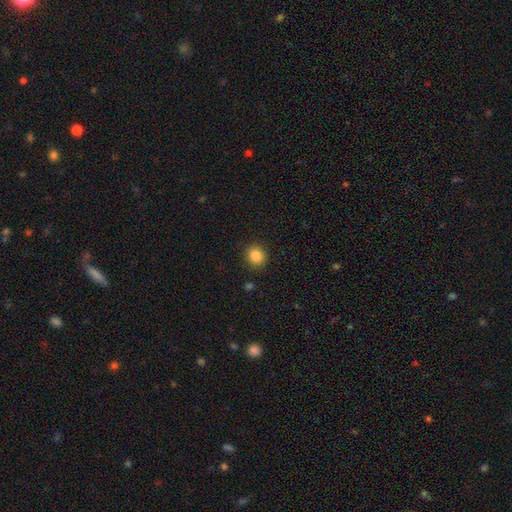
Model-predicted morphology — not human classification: smooth-or-featured: smooth: 86% | star or artifact: 10% | featured or disk: 4%
  how-rounded: round: 79% | in between: 20% | cigar-shaped: 1%
  merging: none: 89% | minor disturbance: 7% | major disturbance: 2% | merger: 1%